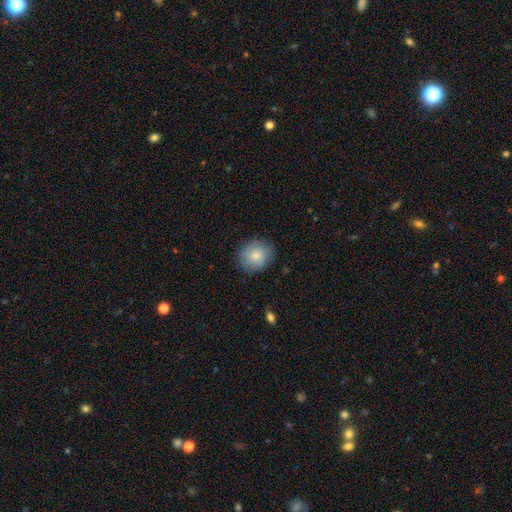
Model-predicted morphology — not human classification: Overall: smooth (80%). How rounded: round (77%). Merging: none (82%).